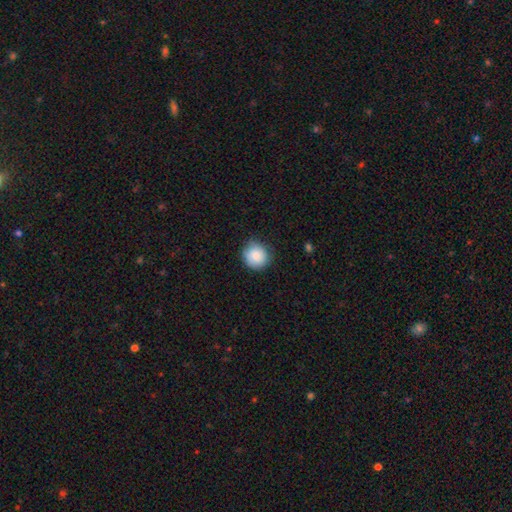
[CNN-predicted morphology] Smooth or featured? smooth (87%)
How rounded? round (91%)
Merging? none (80%)